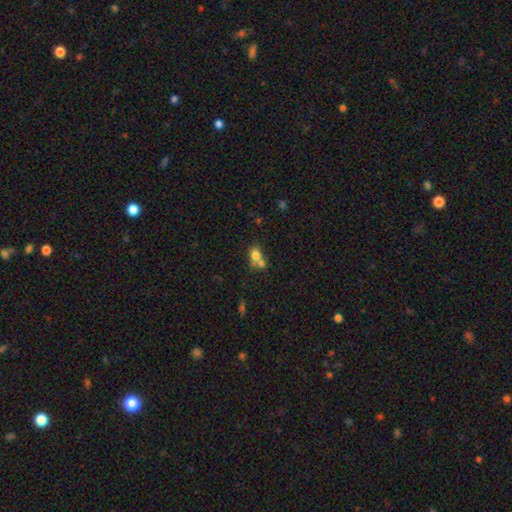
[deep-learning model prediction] This appears to be a smooth galaxy with no disk features (73%) that is round (61%). Merging: merger (55%).